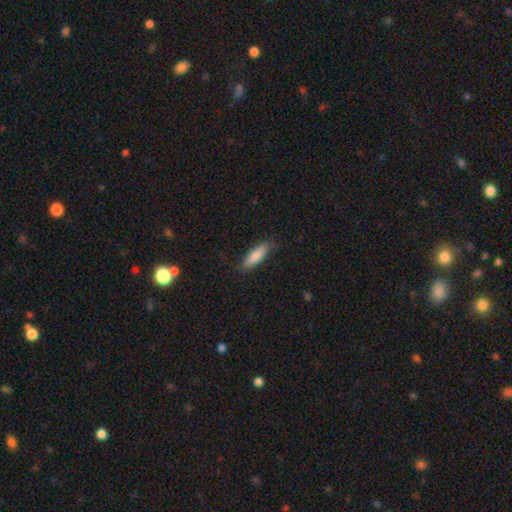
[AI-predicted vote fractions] A smooth galaxy with no disk features (82%) that is cigar-shaped (54%). Merging: none (82%).